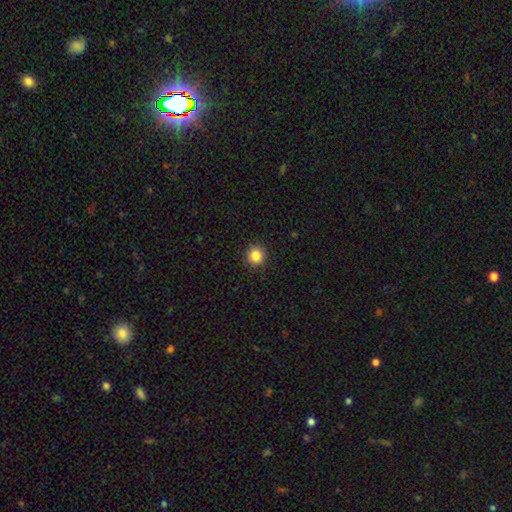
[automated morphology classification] Smooth or featured? smooth (85%)
How rounded? round (94%)
Merging? none (93%)